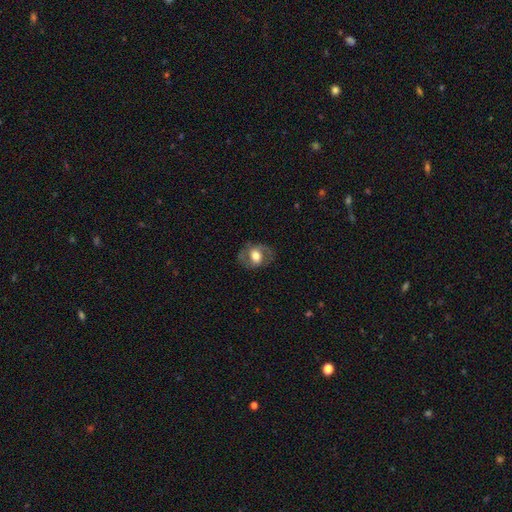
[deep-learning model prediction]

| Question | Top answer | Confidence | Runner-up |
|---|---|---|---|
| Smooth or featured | featured or disk | 50% | smooth (43%) |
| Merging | none | 72% | minor disturbance (17%) |